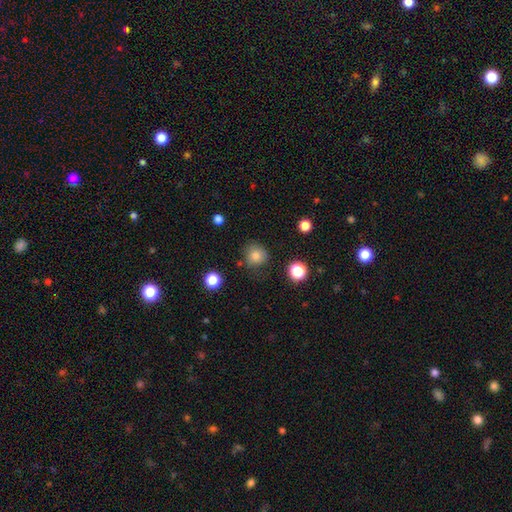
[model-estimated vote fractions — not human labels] smooth-or-featured: smooth: 80% | star or artifact: 13% | featured or disk: 7%
  how-rounded: round: 88% | in between: 11% | cigar-shaped: 1%
  merging: none: 74% | minor disturbance: 17% | major disturbance: 5% | merger: 3%